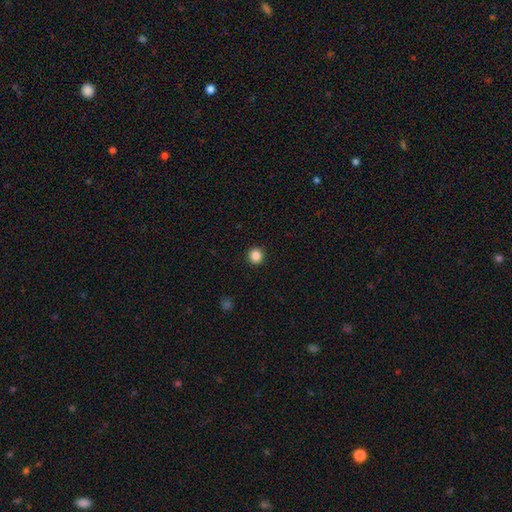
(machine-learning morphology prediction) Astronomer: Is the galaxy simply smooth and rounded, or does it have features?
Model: smooth — 86%.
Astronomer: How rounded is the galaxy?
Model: round — 95%.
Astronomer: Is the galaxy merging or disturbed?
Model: none — 93%.